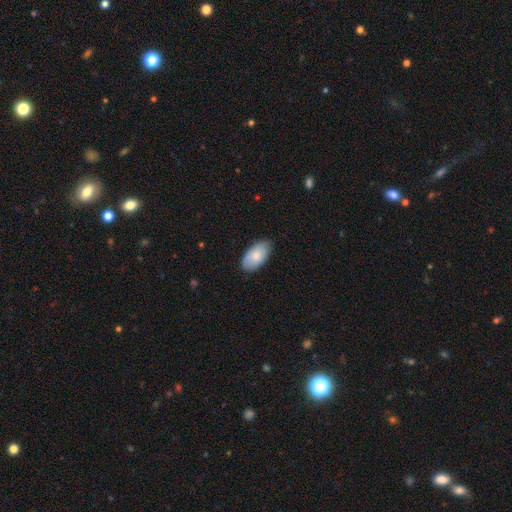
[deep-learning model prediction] smooth 83%, featured or disk 11%, star or artifact 6%. Down the decision tree: how rounded — in between (95%); merging — none (81%).